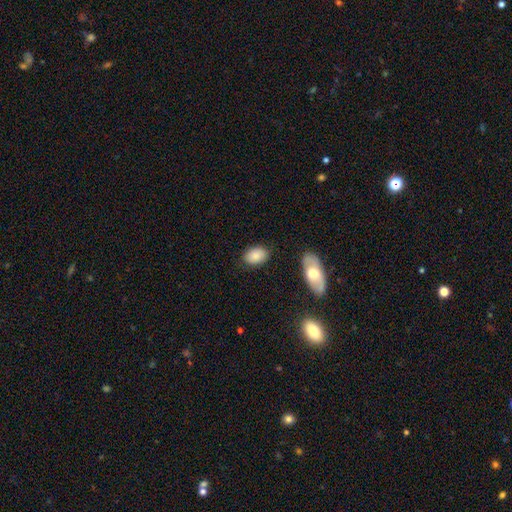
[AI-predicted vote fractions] smooth 84%, featured or disk 9%, star or artifact 7%. Down the decision tree: how rounded — in between (87%); merging — none (82%).